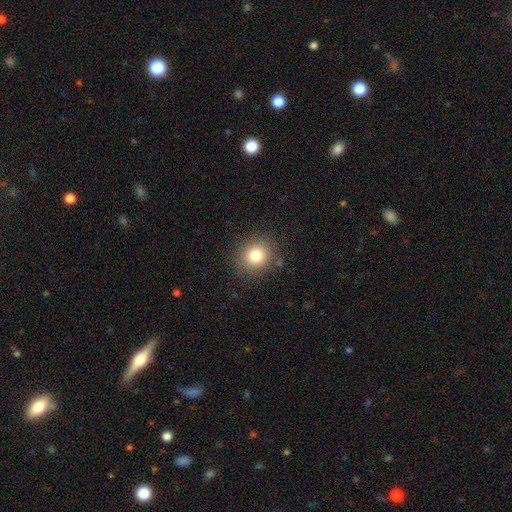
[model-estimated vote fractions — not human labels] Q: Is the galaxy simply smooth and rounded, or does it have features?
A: smooth — 80%.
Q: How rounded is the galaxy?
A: round — 80%.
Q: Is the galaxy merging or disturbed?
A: none — 86%.